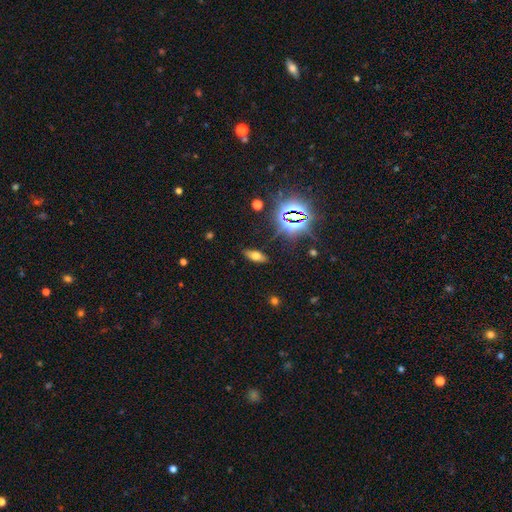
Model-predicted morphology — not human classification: Overall: smooth (57%; star or artifact 25%). How rounded: in between (79%). Merging: none (85%).